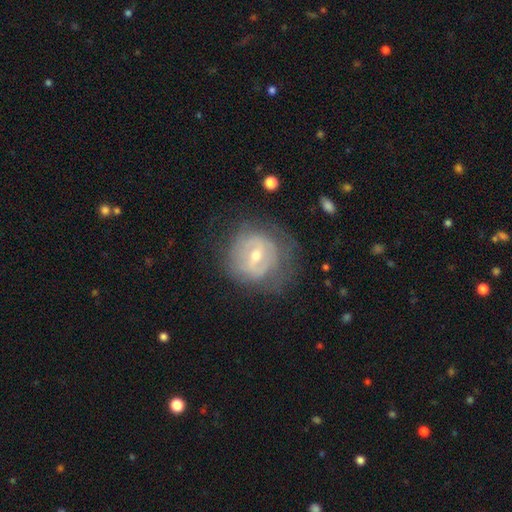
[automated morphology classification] This appears to be a featured or disk galaxy (67%) with a weak bar (49%), spiral arms (52%) and a moderate central bulge (53%). Merging: none (64%).